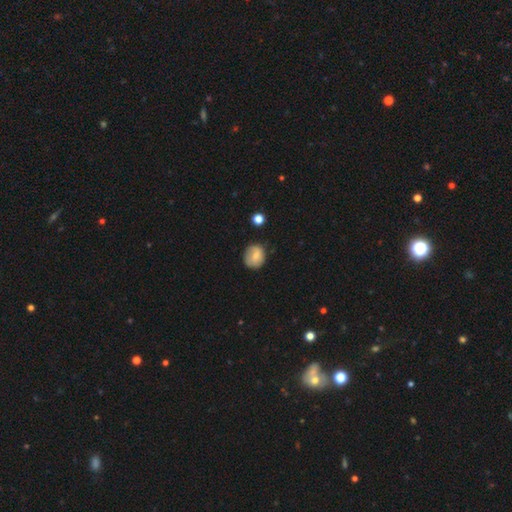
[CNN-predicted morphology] This is likely a smooth galaxy (72%). How rounded: likely round (74%). Merging: likely none (75%).